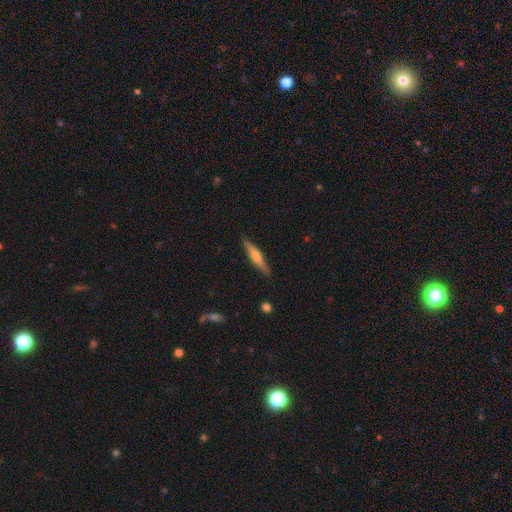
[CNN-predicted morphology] Smooth or featured: featured or disk — 53% (smooth — 41%)
Edge-on disk: yes — 95% (no — 5%)
Edge-on bulge: rounded — 75% (none — 13%)
Merging: none — 89% (minor disturbance — 8%)